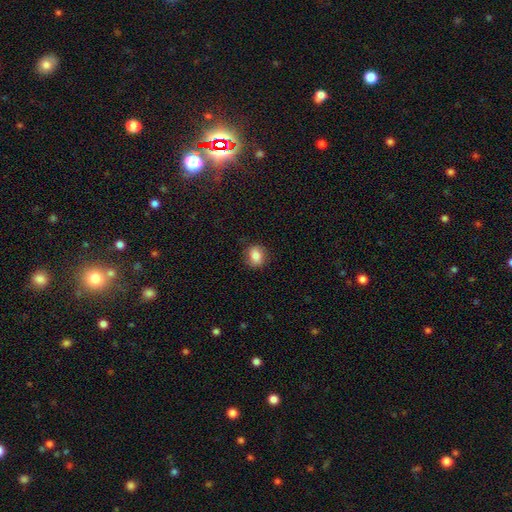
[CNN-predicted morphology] This is clearly a smooth galaxy (83%). How rounded: likely round (64%). Merging: clearly none (83%).